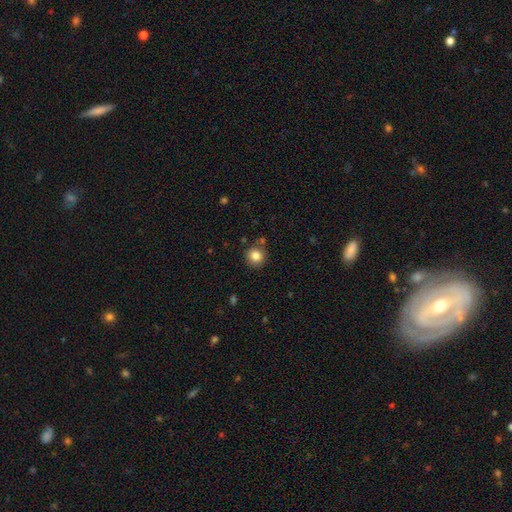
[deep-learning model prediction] smooth 82%, star or artifact 11%, featured or disk 7%. Down the decision tree: how rounded — round (90%); merging — none (82%).